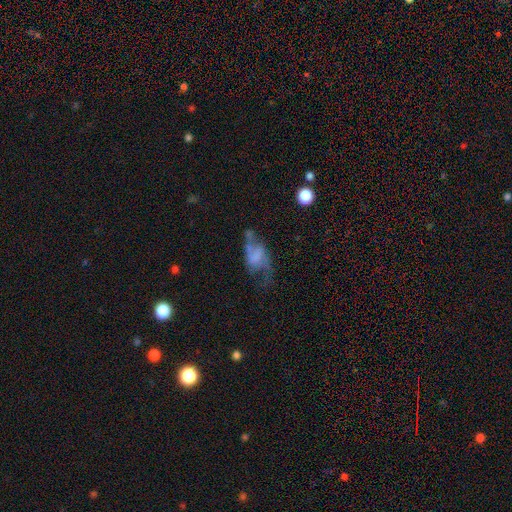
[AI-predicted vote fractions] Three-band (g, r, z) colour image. It shows a featured or disk galaxy (59%) with no bar (56%), spiral arms (66%) and no central bulge (64%). Merging: major disturbance (38%).